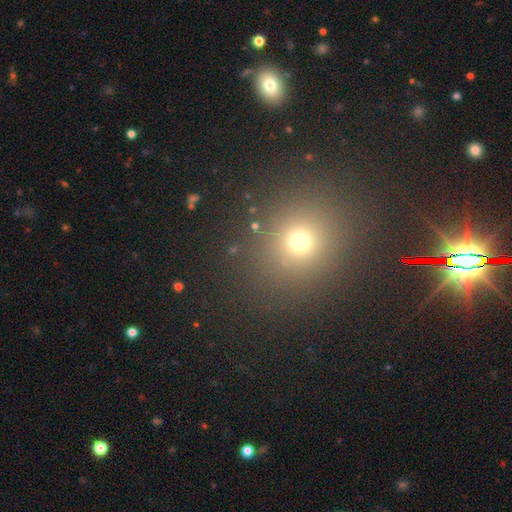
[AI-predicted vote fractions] smooth 48%, star or artifact 43%, featured or disk 9%. Down the decision tree: merging — none (89%).